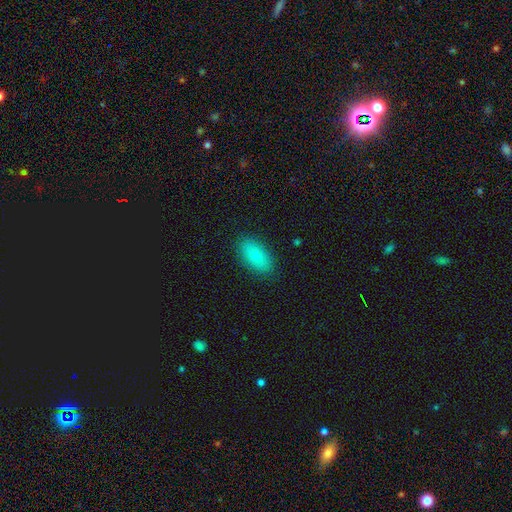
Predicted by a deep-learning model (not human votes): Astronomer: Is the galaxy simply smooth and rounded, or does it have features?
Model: smooth — 84%.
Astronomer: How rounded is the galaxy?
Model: in between — 90%.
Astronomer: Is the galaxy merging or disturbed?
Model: none — 87%.